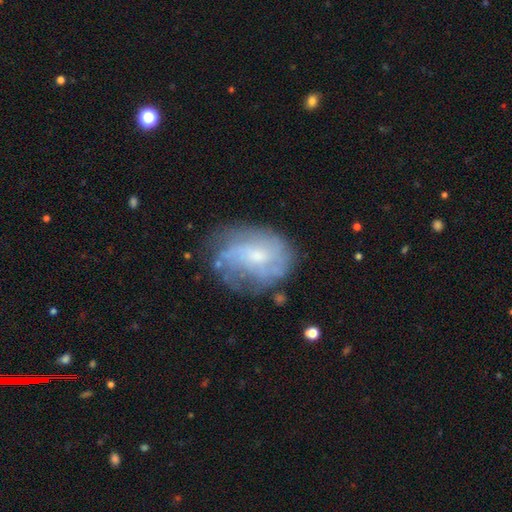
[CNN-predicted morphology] This is likely a featured or disk galaxy (62%). It is clearly not viewed edge-on (97%). Bar: likely no (61%). Spiral arm pattern: likely yes (69%). Central bulge: possibly small (50%). Merging: possibly none (57%).